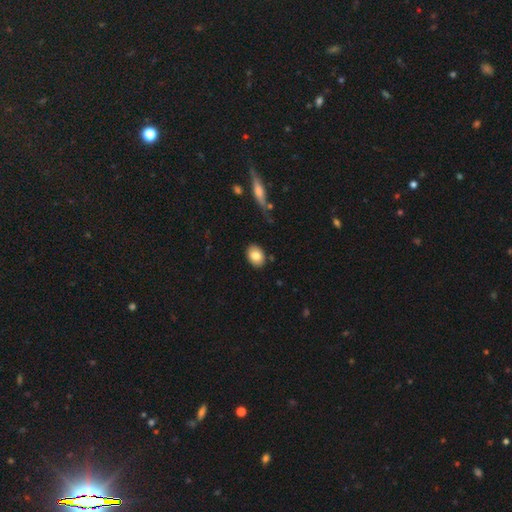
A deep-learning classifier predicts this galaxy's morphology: A smooth galaxy with no disk features (83%) that is in between round and cigar-shaped (73%).

Vote fractions:
- Smooth or featured? smooth: 83% / featured or disk: 10% / star or artifact: 7%
- How rounded? in between: 73% / round: 25% / cigar-shaped: 1%
- Merging? none: 86% / minor disturbance: 9% / major disturbance: 2% / merger: 2%